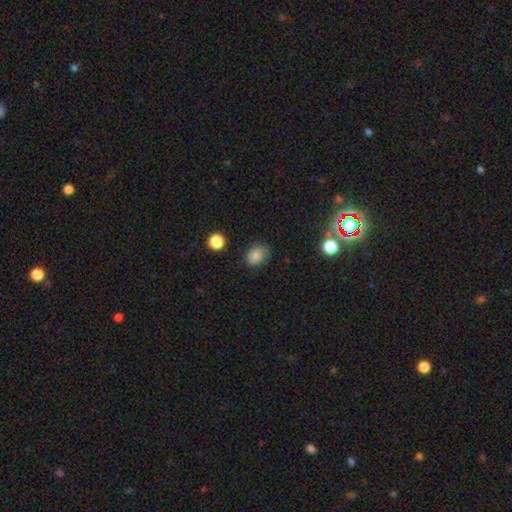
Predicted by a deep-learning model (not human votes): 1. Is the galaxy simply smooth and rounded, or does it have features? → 84% smooth, 11% star or artifact, 5% featured or disk.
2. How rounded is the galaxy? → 67% in between, 32% round, 1% cigar-shaped.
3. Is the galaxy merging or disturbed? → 73% none, 20% minor disturbance, 5% major disturbance, 2% merger.